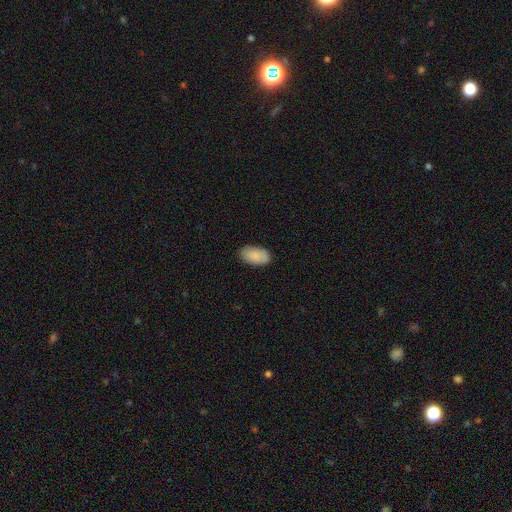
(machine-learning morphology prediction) A smooth galaxy with no disk features (88%) that is in between round and cigar-shaped (95%). Merging: none (83%).